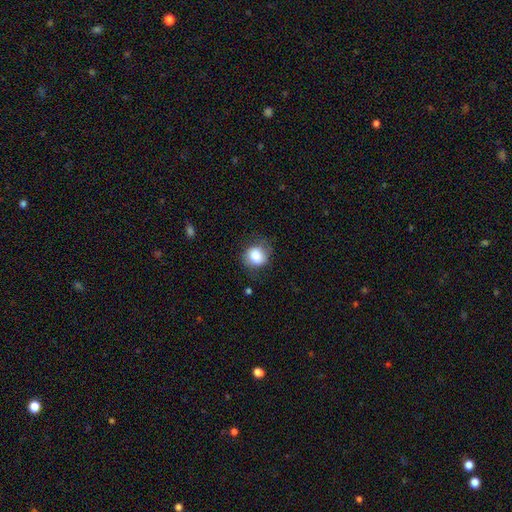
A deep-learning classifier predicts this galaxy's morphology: A smooth galaxy with no disk features (81%) that is round (76%). Merging: none (71%).